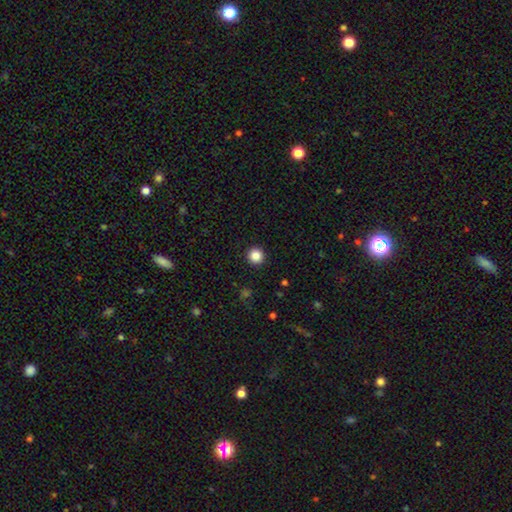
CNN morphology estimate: smooth_or_featured: smooth (p=0.86) [alt: star or artifact p=0.10]
how_rounded: round (p=0.96) [alt: in between p=0.03]
merging: none (p=0.93) [alt: minor disturbance p=0.04]